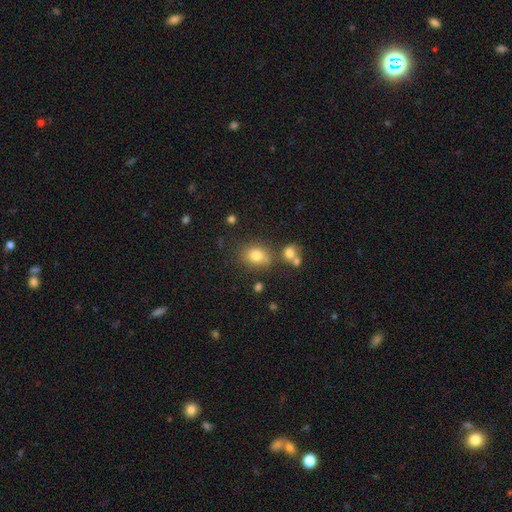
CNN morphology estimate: Smooth or featured? Predicted: smooth (p=0.79). How rounded? Predicted: round (p=0.55). Merging? Predicted: none (p=0.67).